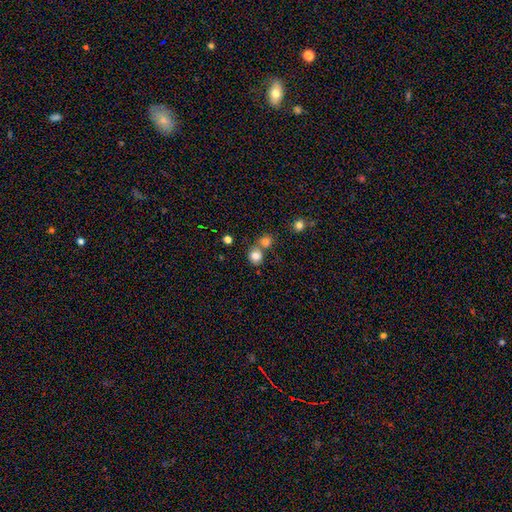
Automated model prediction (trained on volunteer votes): Smooth or featured: smooth — 82% (star or artifact — 12%)
How rounded: round — 81% (in between — 18%)
Merging: none — 54% (merger — 34%)